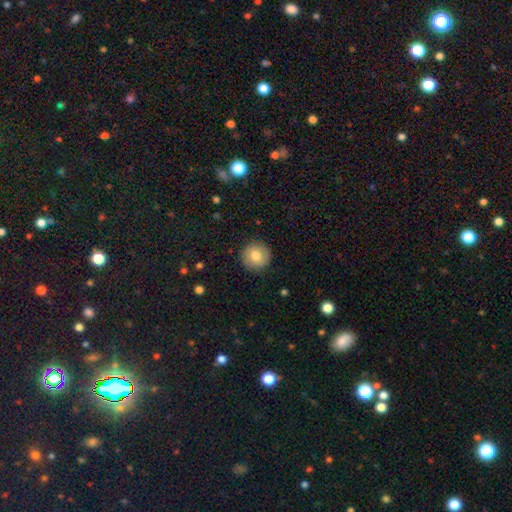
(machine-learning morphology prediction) A smooth galaxy with no disk features (76%) that is round (95%).

Vote fractions:
- Smooth or featured? smooth: 76% / featured or disk: 17% / star or artifact: 8%
- How rounded? round: 95% / in between: 4% / cigar-shaped: 1%
- Merging? none: 90% / minor disturbance: 7% / major disturbance: 2% / merger: 1%